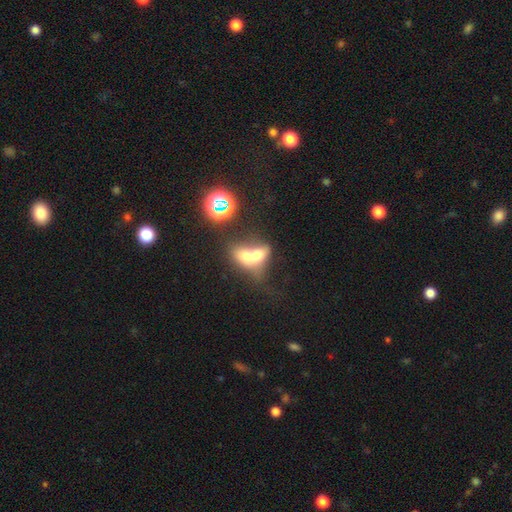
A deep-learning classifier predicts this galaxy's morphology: smooth 60%, featured or disk 26%, star or artifact 14%. Down the decision tree: how rounded — in between (69%); merging — merger (75%).